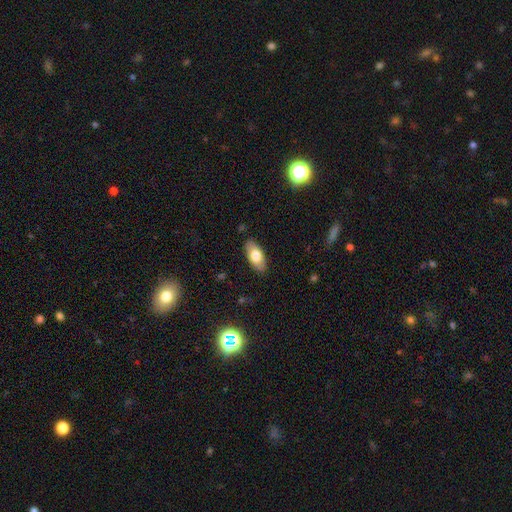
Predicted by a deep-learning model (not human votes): Smooth or featured? Predicted: smooth (p=0.74). How rounded? Predicted: in between (p=0.90). Merging? Predicted: none (p=0.87).